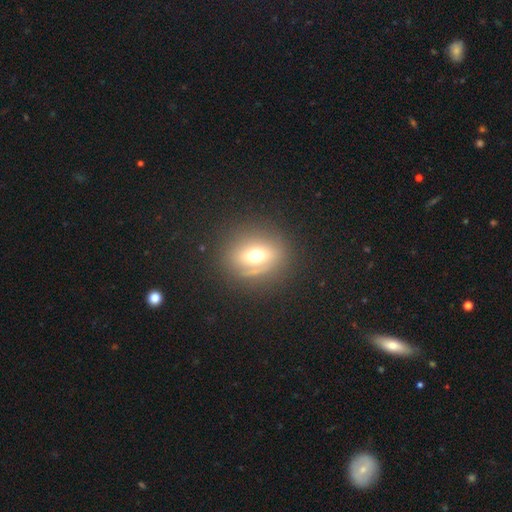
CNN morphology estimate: type=smooth (51%); roundness=round (66%); merging=none (77%).